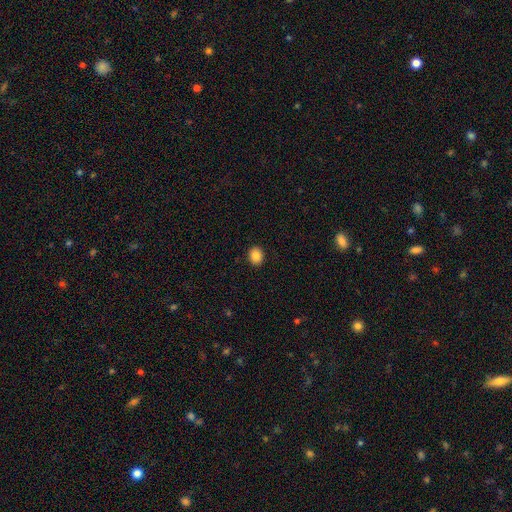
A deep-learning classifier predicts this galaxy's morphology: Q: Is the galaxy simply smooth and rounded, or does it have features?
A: smooth — 86%.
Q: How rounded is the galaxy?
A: round — 56%.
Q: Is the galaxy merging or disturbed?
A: none — 91%.